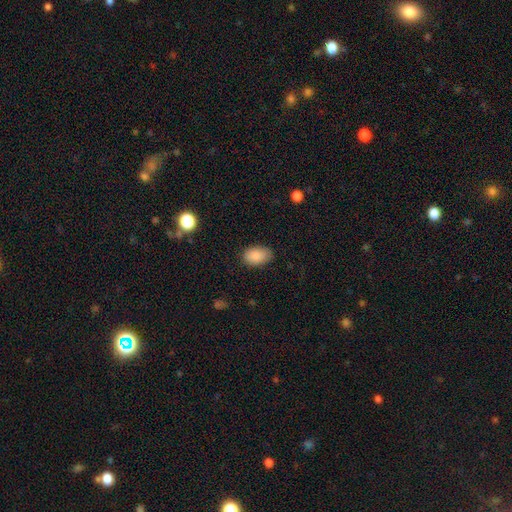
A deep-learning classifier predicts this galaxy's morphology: smooth_or_featured: smooth (p=0.88) [alt: star or artifact p=0.07]
how_rounded: in between (p=0.90) [alt: round p=0.08]
merging: none (p=0.79) [alt: minor disturbance p=0.17]